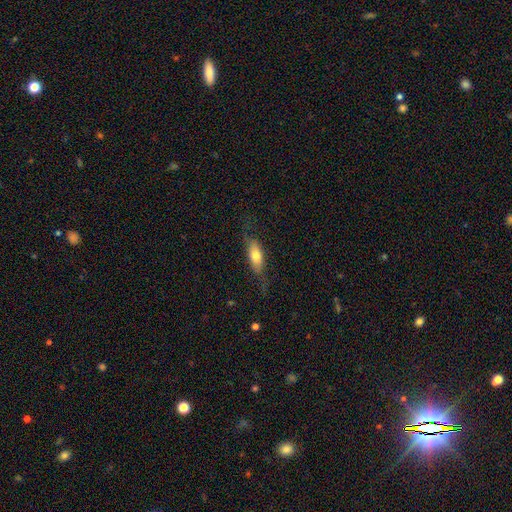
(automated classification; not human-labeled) Smooth or featured? smooth (63%)
How rounded? in between (68%)
Merging? none (62%)